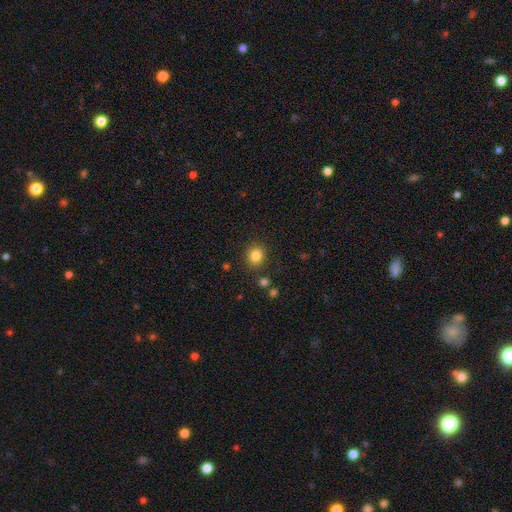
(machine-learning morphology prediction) smooth-or-featured: smooth: 83% | star or artifact: 11% | featured or disk: 6%
  how-rounded: round: 83% | in between: 16% | cigar-shaped: 1%
  merging: none: 88% | minor disturbance: 7% | merger: 2% | major disturbance: 2%